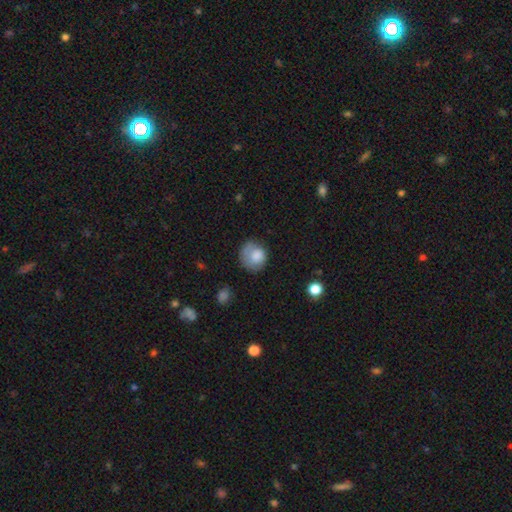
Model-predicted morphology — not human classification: This is clearly a smooth galaxy (81%). How rounded: likely round (75%). Merging: possibly none (54%).